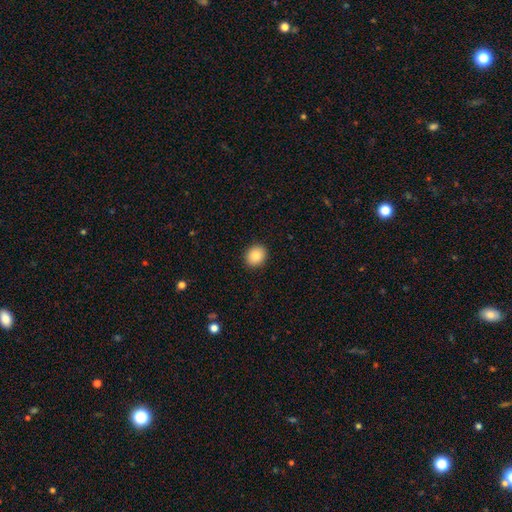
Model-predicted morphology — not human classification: Overall: smooth (86%). How rounded: round (64%; in between 35%). Merging: none (91%).